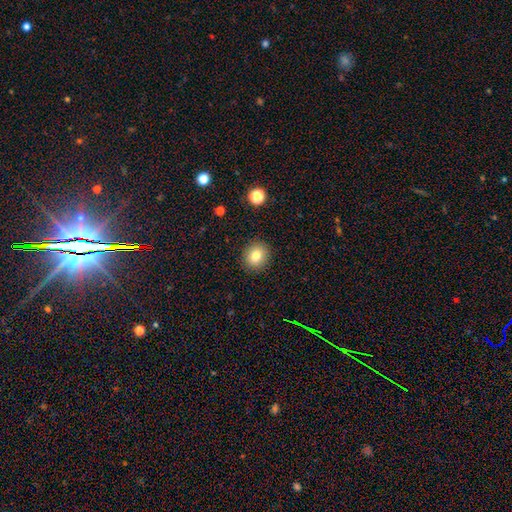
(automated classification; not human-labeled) A smooth galaxy with no disk features (81%) that is round (76%).

Vote fractions:
- Smooth or featured? smooth: 81% / star or artifact: 10% / featured or disk: 9%
- How rounded? round: 76% / in between: 23% / cigar-shaped: 1%
- Merging? none: 90% / minor disturbance: 7% / major disturbance: 2% / merger: 1%